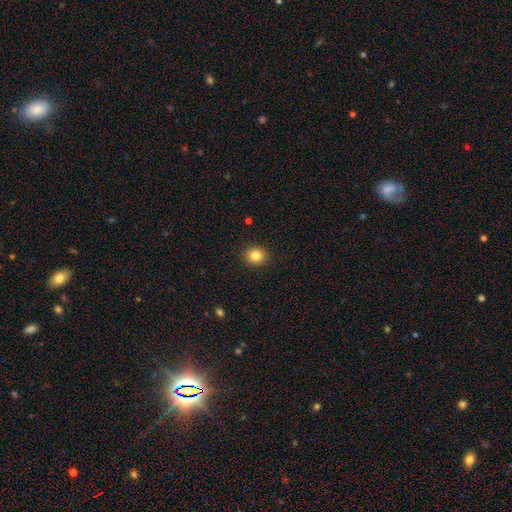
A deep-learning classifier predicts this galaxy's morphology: type=smooth (84%); roundness=round (76%); merging=none (91%).